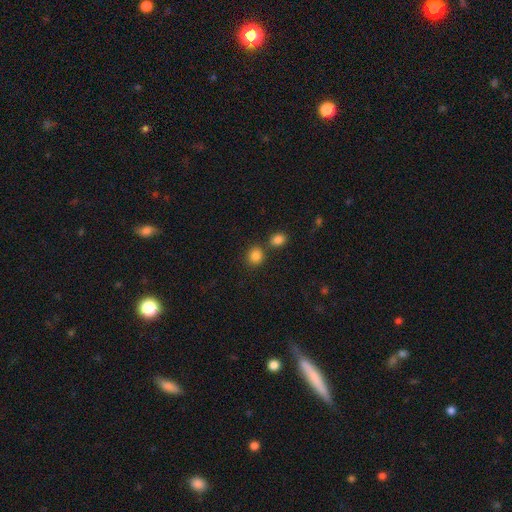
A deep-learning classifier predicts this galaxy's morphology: Smooth or featured? Predicted: smooth (p=0.84). How rounded? Predicted: round (p=0.81). Merging? Predicted: none (p=0.69).